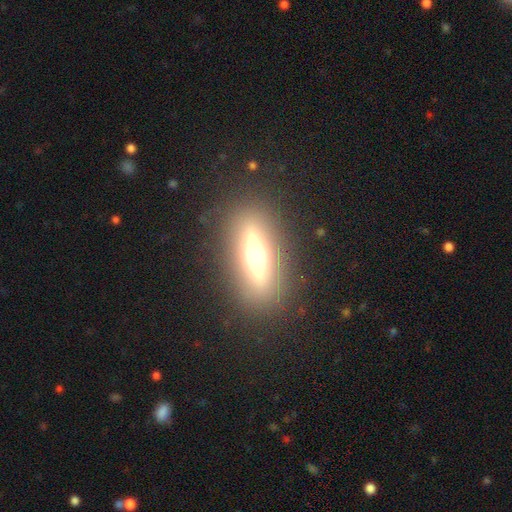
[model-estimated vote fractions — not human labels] A featured or disk galaxy (58%) viewed edge-on (83%). Merging: none (85%).